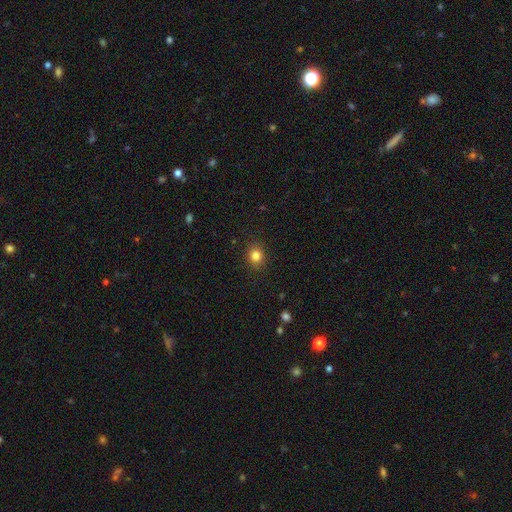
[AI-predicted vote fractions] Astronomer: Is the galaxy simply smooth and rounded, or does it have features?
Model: smooth — 83%.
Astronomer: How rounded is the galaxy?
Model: round — 75%.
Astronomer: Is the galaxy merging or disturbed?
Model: none — 90%.